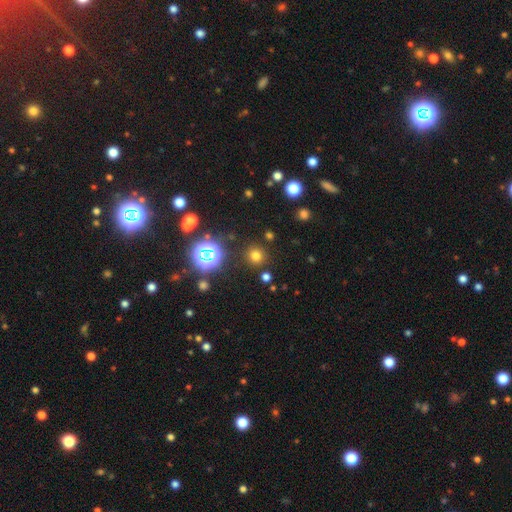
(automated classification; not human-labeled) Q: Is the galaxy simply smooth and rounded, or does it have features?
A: smooth — 68%.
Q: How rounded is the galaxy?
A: round — 92%.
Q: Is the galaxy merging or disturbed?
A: none — 87%.